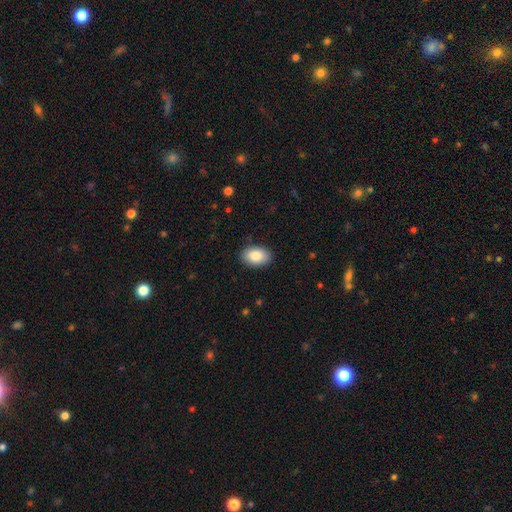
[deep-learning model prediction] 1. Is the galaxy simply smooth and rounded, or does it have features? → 86% smooth, 7% featured or disk, 7% star or artifact.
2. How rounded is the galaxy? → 89% in between, 10% round, 1% cigar-shaped.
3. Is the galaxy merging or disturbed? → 88% none, 9% minor disturbance, 2% major disturbance, 1% merger.